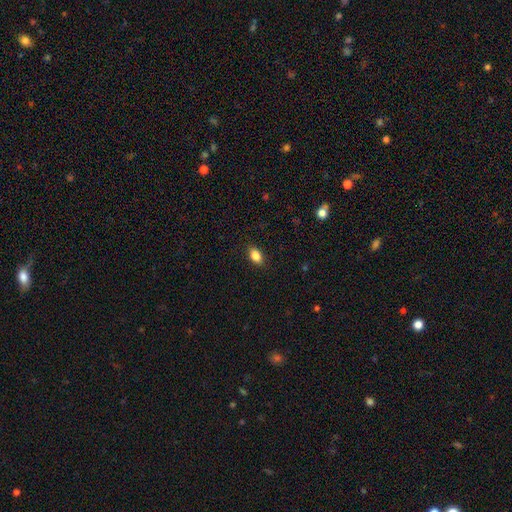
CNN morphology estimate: The model was most divided on "how rounded": in between: 87%, round: 11%, cigar-shaped: 3%. More confident: merging — none (88%); smooth or featured — smooth (86%).